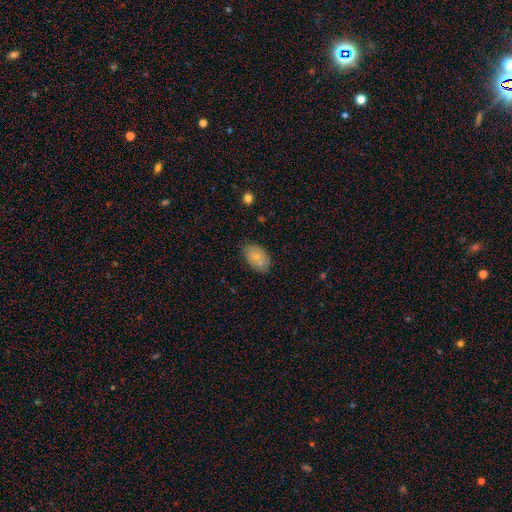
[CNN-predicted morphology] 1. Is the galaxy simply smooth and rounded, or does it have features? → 71% smooth, 21% featured or disk, 8% star or artifact.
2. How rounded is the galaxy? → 89% in between, 9% round, 1% cigar-shaped.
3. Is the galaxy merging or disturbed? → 70% none, 21% minor disturbance, 6% merger, 4% major disturbance.